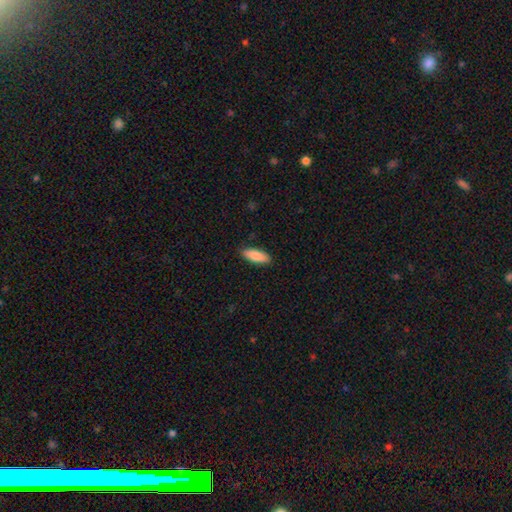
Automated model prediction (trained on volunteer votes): smooth 88%, featured or disk 7%, star or artifact 6%. Down the decision tree: how rounded — in between (69%); merging — none (89%).